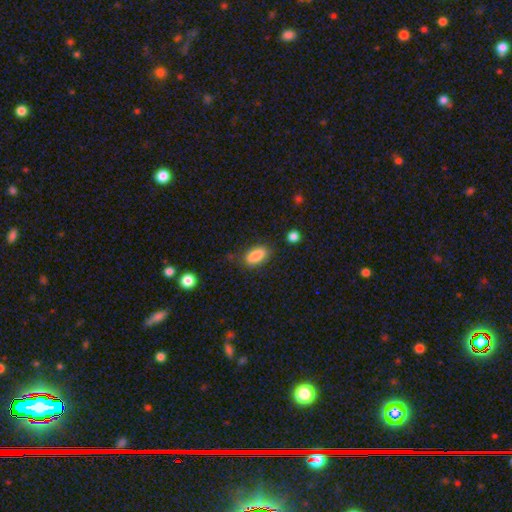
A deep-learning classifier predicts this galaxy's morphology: Smooth or featured? Predicted: smooth (p=0.87). How rounded? Predicted: in between (p=0.87). Merging? Predicted: none (p=0.79).